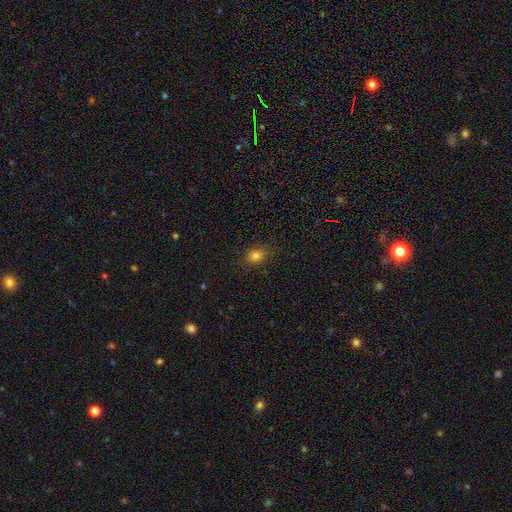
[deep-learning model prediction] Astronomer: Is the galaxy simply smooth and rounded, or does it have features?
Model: smooth — 81%.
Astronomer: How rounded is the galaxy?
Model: in between — 57% (runner-up: round, 41%).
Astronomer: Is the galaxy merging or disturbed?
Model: none — 84%.